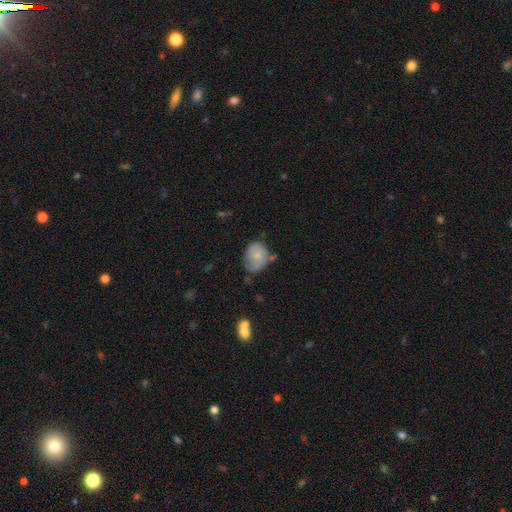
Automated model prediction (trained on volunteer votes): Smooth or featured: smooth — 67% (featured or disk — 25%)
How rounded: round — 55% (in between — 44%)
Merging: none — 47% (minor disturbance — 36%)